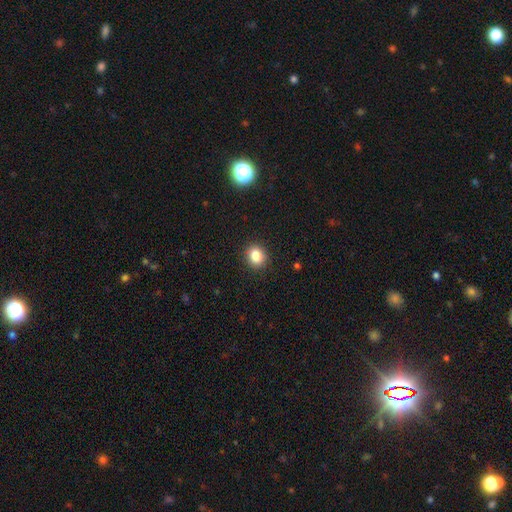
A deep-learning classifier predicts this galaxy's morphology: A smooth galaxy with no disk features (84%) that is round (72%).

Vote fractions:
- Smooth or featured? smooth: 84% / star or artifact: 11% / featured or disk: 5%
- How rounded? round: 72% / in between: 27% / cigar-shaped: 1%
- Merging? none: 90% / minor disturbance: 7% / major disturbance: 2% / merger: 1%